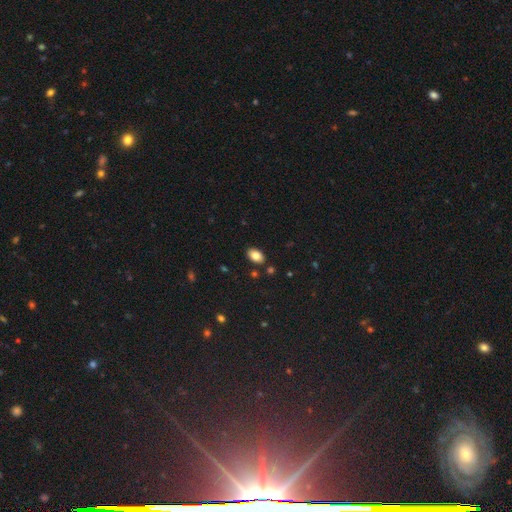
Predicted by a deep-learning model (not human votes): The model was most divided on "smooth or featured": smooth: 83%, featured or disk: 8%, star or artifact: 8%. More confident: how rounded — in between (91%); merging — none (86%).